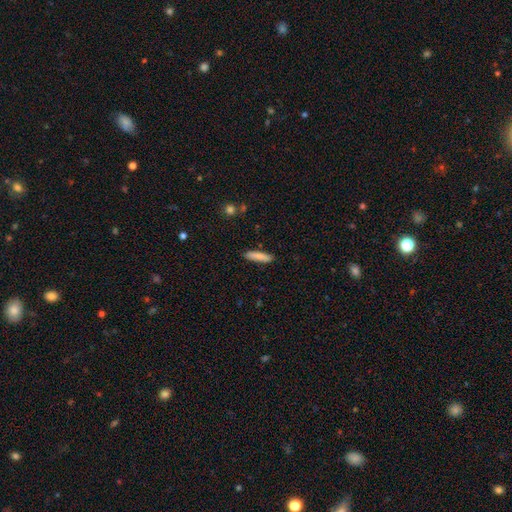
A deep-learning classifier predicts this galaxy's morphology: The model was most divided on "how rounded": cigar-shaped: 84%, in between: 15%, round: 2%. More confident: merging — none (88%); smooth or featured — smooth (81%).